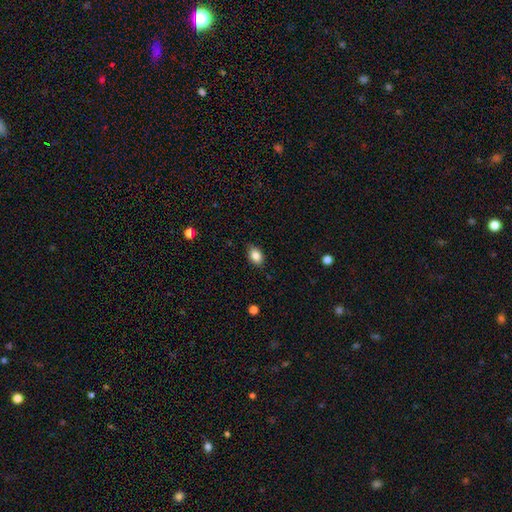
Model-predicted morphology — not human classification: A smooth galaxy with no disk features (85%) that is in between round and cigar-shaped (80%).

Vote fractions:
- Smooth or featured? smooth: 85% / star or artifact: 9% / featured or disk: 7%
- How rounded? in between: 80% / round: 18% / cigar-shaped: 1%
- Merging? none: 85% / minor disturbance: 11% / major disturbance: 2% / merger: 1%